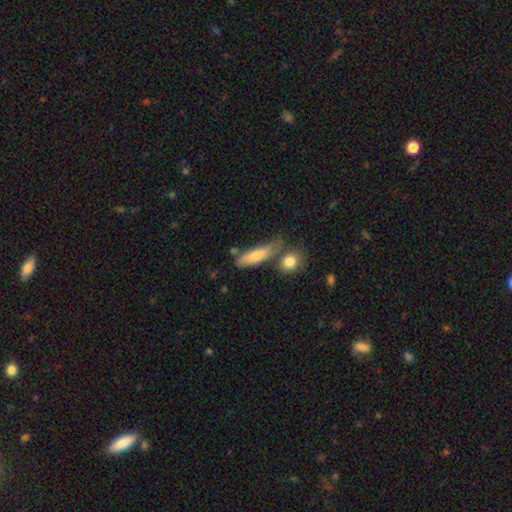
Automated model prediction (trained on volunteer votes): This is likely a smooth galaxy (72%). How rounded: possibly cigar-shaped (56%). Merging: possibly none (53%).